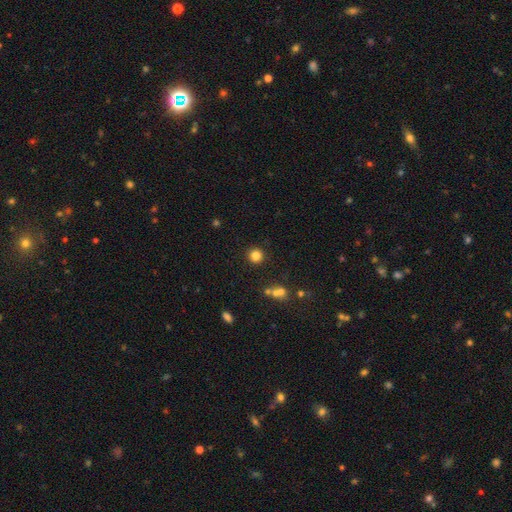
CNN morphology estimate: type=smooth (82%); roundness=round (94%); merging=none (88%).